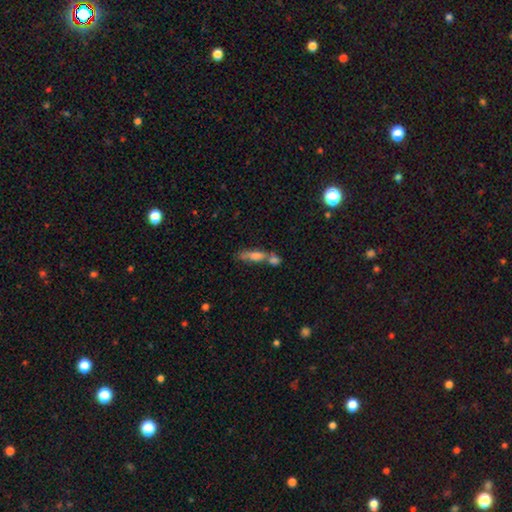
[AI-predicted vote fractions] Smooth or featured?
  - smooth: 62% *
  - featured or disk: 27%
  - star or artifact: 11%
How rounded?
  - cigar-shaped: 62% *
  - in between: 33%
  - round: 5%
Merging?
  - merger: 48% *
  - none: 33%
  - minor disturbance: 12%
  - major disturbance: 7%